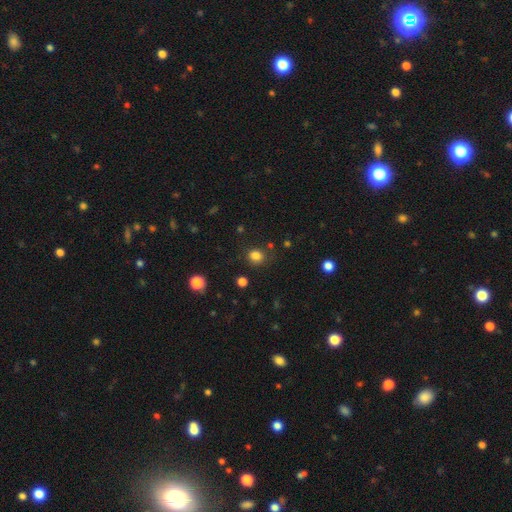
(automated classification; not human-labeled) Morphology: type=smooth (82%); roundness=round (72%); merging=none (80%).